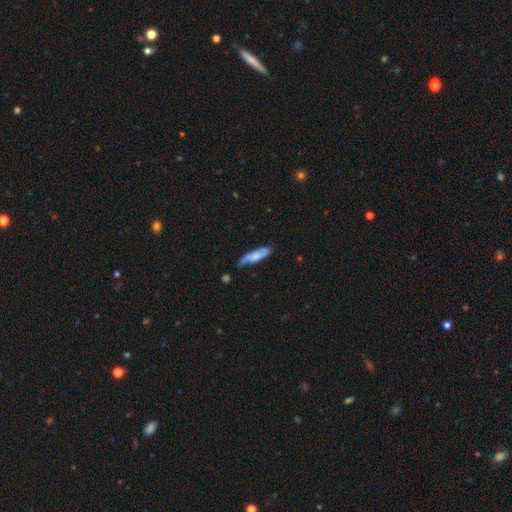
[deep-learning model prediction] smooth_or_featured: smooth (p=0.57) [alt: featured or disk p=0.37]
how_rounded: cigar-shaped (p=0.67) [alt: in between p=0.32]
merging: none (p=0.63) [alt: minor disturbance p=0.28]